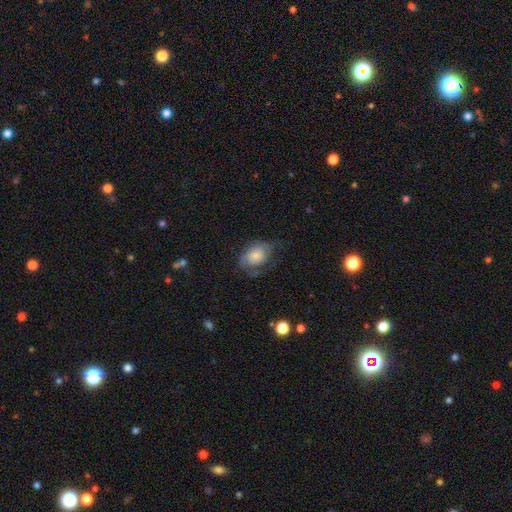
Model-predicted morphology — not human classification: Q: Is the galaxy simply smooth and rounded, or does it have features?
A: smooth — 54%.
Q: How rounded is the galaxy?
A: in between — 75%.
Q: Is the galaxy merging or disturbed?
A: none — 47%.